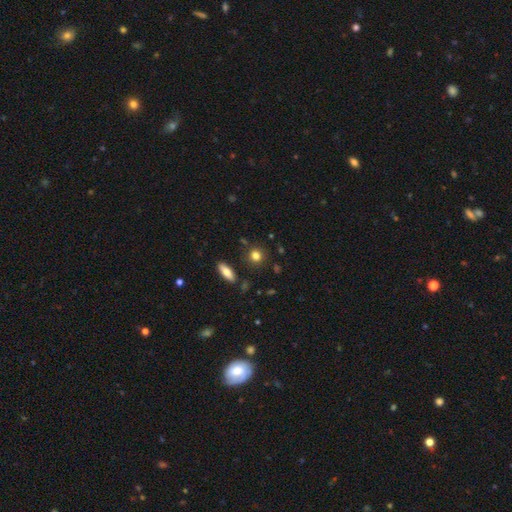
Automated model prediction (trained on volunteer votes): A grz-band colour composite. It shows a smooth galaxy with no disk features (81%) that is round (82%). Merging: none (85%).